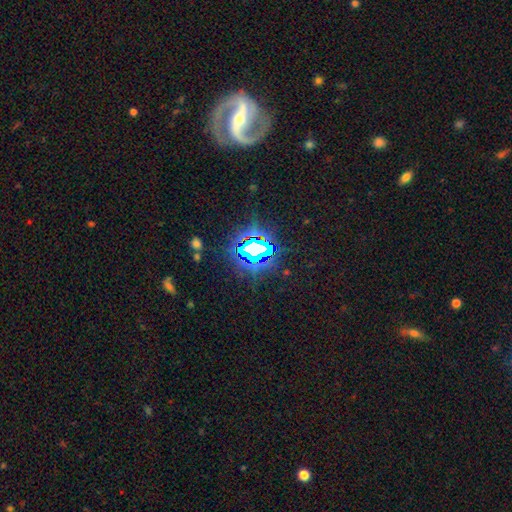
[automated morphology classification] This is likely a star or artifact rather than a galaxy (74%).